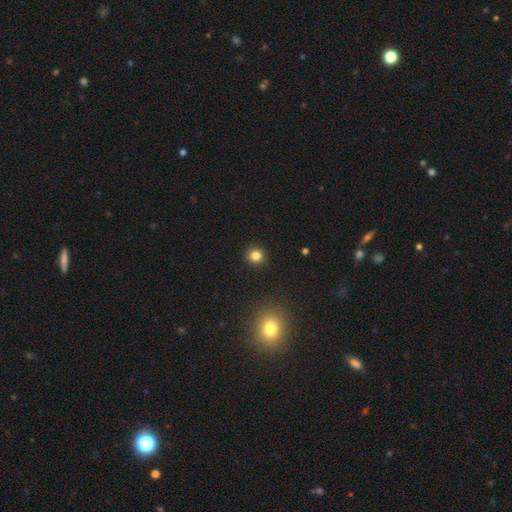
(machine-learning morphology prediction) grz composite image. It shows a smooth galaxy with no disk features (82%) that is round (93%). Merging: none (93%).